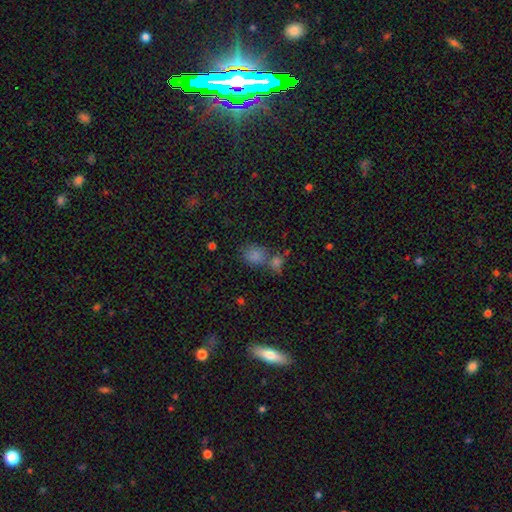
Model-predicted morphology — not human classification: A smooth galaxy with no disk features (78%) that is round (51%).

Vote fractions:
- Smooth or featured? smooth: 78% / star or artifact: 15% / featured or disk: 7%
- How rounded? round: 51% / in between: 47% / cigar-shaped: 1%
- Merging? none: 43% / merger: 41% / minor disturbance: 11% / major disturbance: 5%